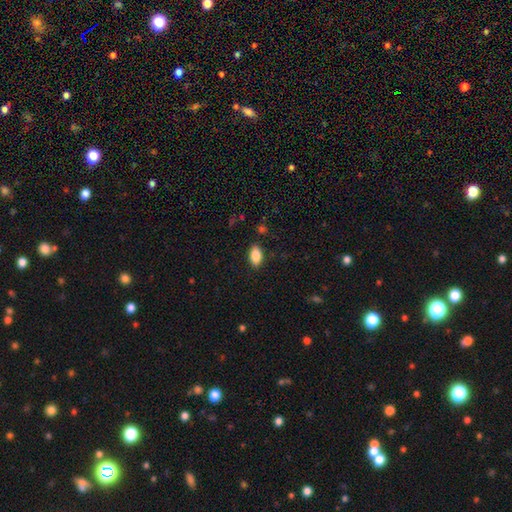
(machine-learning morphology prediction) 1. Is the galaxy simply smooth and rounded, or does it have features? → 86% smooth, 8% star or artifact, 7% featured or disk.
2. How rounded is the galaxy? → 91% in between, 5% cigar-shaped, 4% round.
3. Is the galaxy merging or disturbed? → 88% none, 9% minor disturbance, 2% major disturbance, 1% merger.